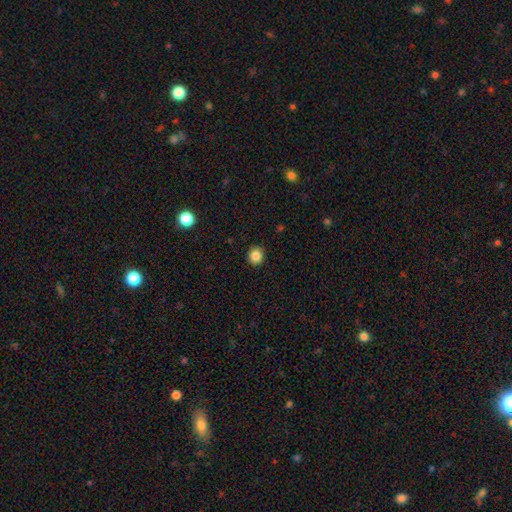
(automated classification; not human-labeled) Q: Smooth or featured?
A: smooth (85%); runner-up: star or artifact (10%)
Q: How rounded?
A: round (90%); runner-up: in between (9%)
Q: Merging?
A: none (92%); runner-up: minor disturbance (6%)